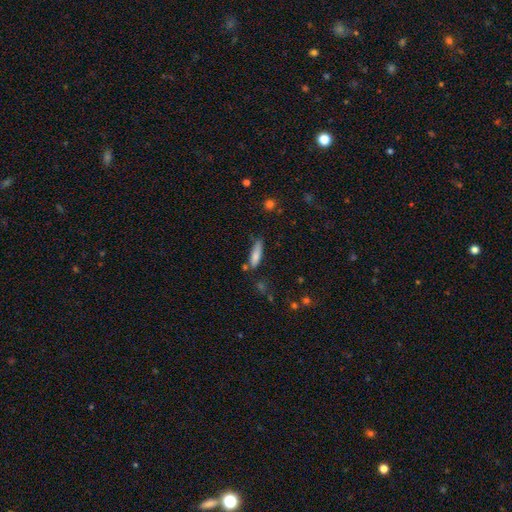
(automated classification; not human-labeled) Smooth or featured: smooth — 79% (featured or disk — 14%)
How rounded: cigar-shaped — 65% (in between — 33%)
Merging: none — 62% (minor disturbance — 24%)